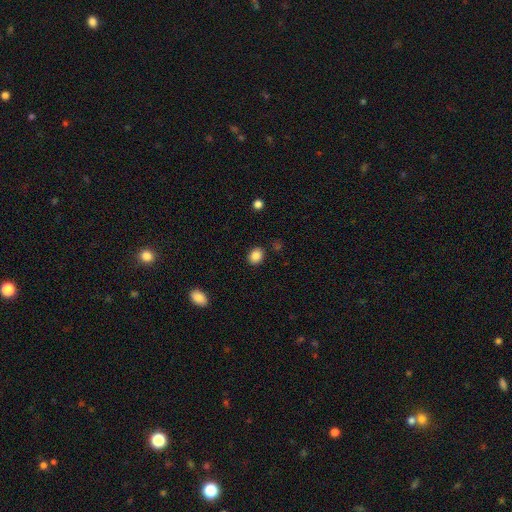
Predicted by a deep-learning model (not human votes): A smooth galaxy with no disk features (86%) that is in between round and cigar-shaped (52%).

Vote fractions:
- Smooth or featured? smooth: 86% / star or artifact: 9% / featured or disk: 4%
- How rounded? in between: 52% / round: 47% / cigar-shaped: 1%
- Merging? none: 86% / minor disturbance: 9% / major disturbance: 3% / merger: 2%